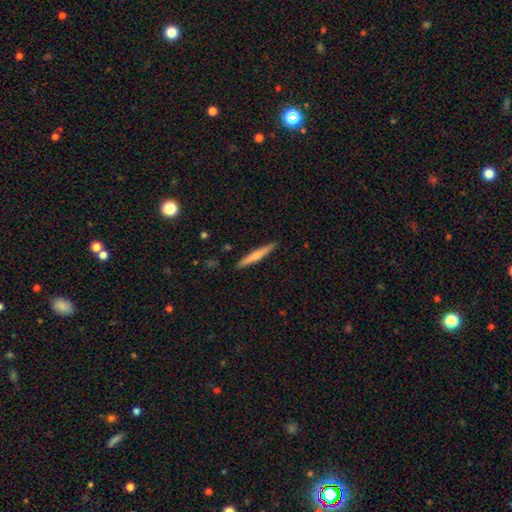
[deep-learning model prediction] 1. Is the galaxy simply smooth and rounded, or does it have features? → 54% smooth, 41% featured or disk, 5% star or artifact.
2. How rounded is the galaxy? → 95% cigar-shaped, 4% in between, 1% round.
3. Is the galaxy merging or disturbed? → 91% none, 7% minor disturbance, 1% major disturbance, 1% merger.